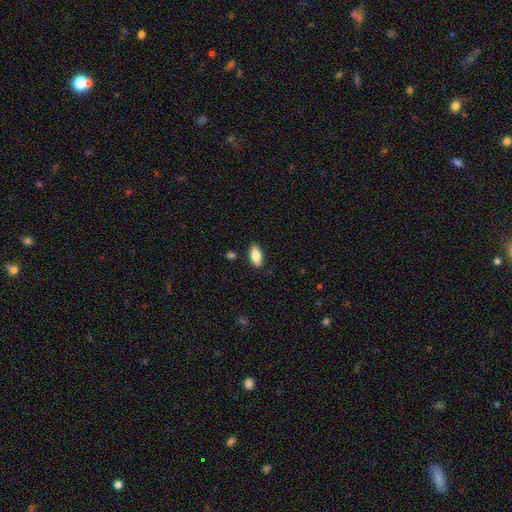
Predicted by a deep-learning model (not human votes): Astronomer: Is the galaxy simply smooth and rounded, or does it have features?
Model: smooth — 81%.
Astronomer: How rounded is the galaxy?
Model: in between — 90%.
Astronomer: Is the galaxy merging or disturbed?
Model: none — 87%.